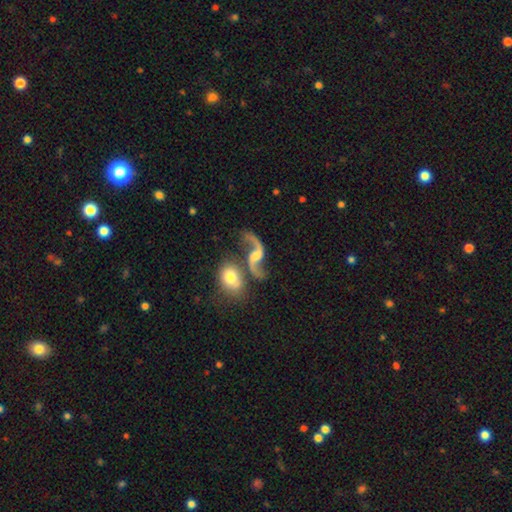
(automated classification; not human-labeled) Smooth or featured: featured or disk — 89% (smooth — 7%)
Edge-on disk: no — 96% (yes — 4%)
Bar: no — 46% (weak — 42%)
Spiral arms: yes — 96% (no — 4%)
Spiral winding: loose — 89% (medium — 9%)
Spiral arm count: 2 — 93% (1 — 3%)
Bulge size: moderate — 46% (small — 32%)
Merging: none — 52% (merger — 24%)